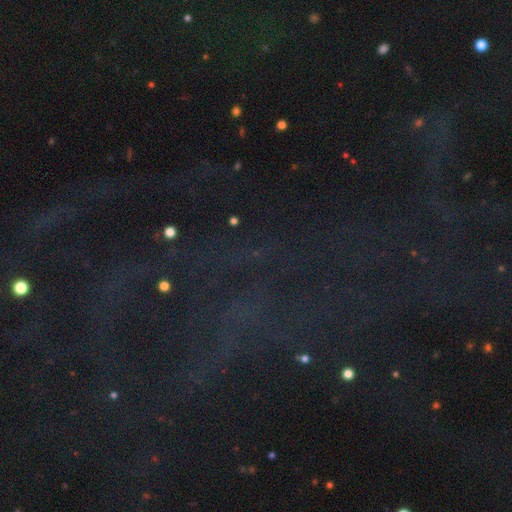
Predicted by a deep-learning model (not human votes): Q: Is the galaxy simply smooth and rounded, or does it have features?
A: star or artifact — 79%.